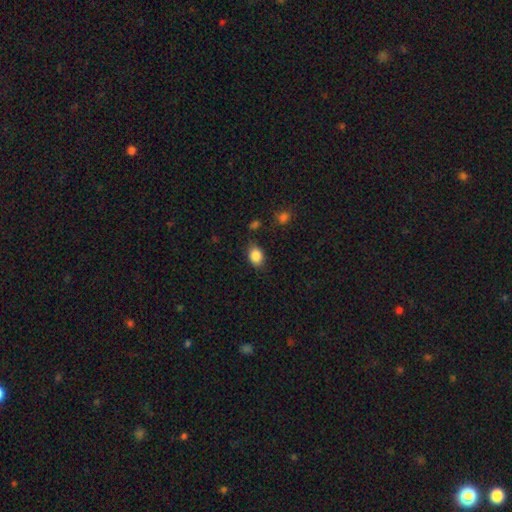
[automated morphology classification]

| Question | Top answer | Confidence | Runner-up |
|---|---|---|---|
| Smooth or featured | smooth | 86% | star or artifact (9%) |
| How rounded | in between | 69% | round (30%) |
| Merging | none | 77% | minor disturbance (17%) |